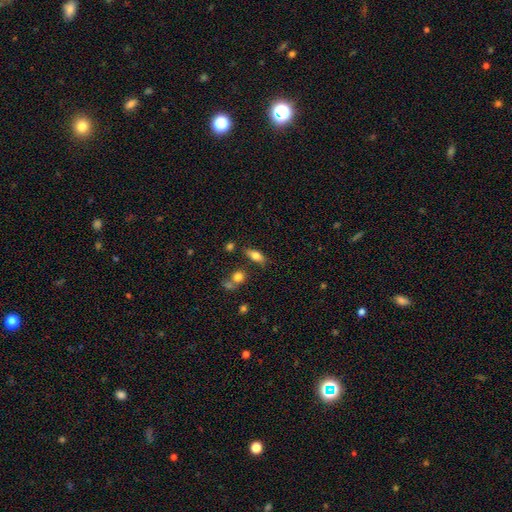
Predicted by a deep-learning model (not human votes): The model was most divided on "smooth or featured": smooth: 71%, featured or disk: 20%, star or artifact: 9%. More confident: how rounded — in between (75%); merging — none (73%).